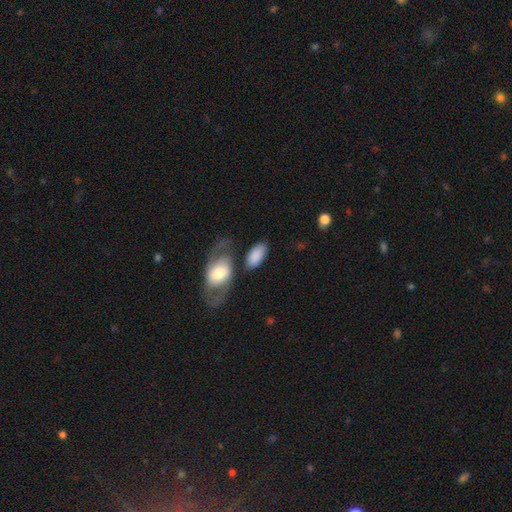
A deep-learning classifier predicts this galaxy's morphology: smooth-or-featured: smooth: 82% | featured or disk: 13% | star or artifact: 5%
  how-rounded: in between: 93% | round: 5% | cigar-shaped: 2%
  merging: none: 60% | minor disturbance: 18% | merger: 14% | major disturbance: 9%